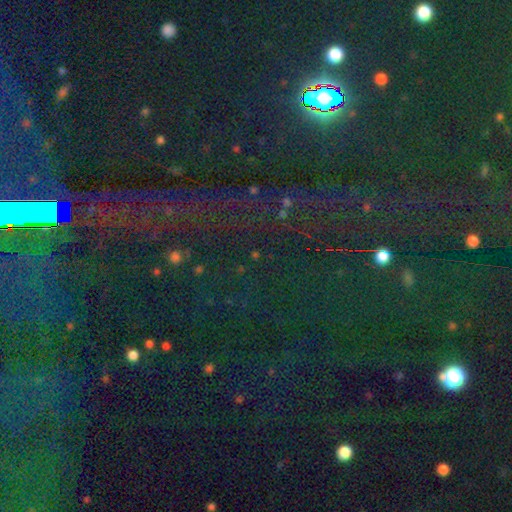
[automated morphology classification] Smooth or featured? Predicted: star or artifact (p=0.82).